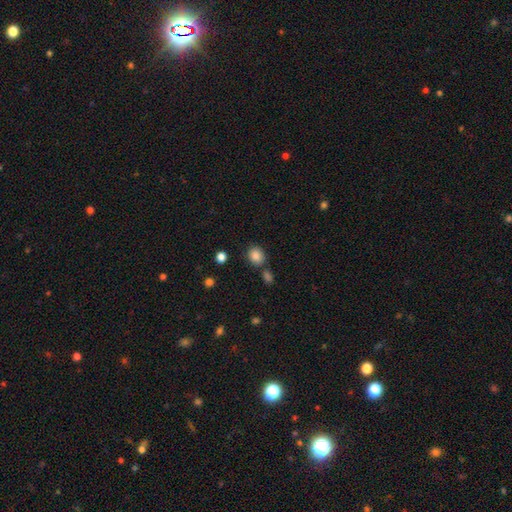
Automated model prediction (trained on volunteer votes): smooth 86%, star or artifact 10%, featured or disk 5%. Down the decision tree: how rounded — round (69%); merging — none (74%).